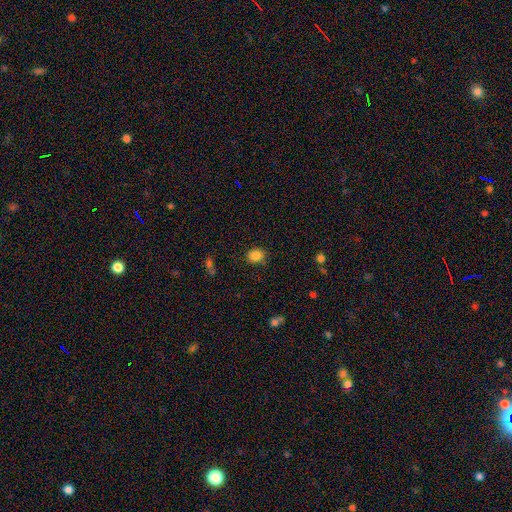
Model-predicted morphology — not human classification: A smooth galaxy with no disk features (85%) that is round (64%). Merging: none (85%).